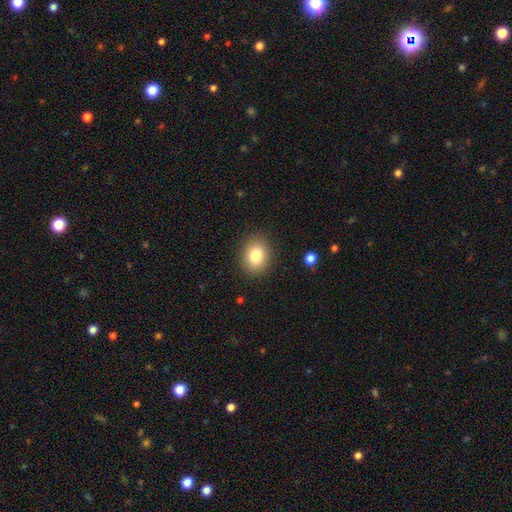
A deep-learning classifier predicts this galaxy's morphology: type=smooth (82%); roundness=round (53%); merging=none (88%).